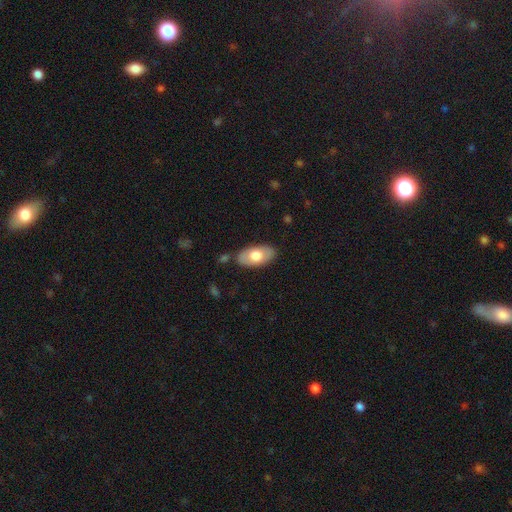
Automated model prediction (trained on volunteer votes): A smooth galaxy with no disk features (66%) that is in between round and cigar-shaped (94%).

Vote fractions:
- Smooth or featured? smooth: 66% / featured or disk: 29% / star or artifact: 5%
- How rounded? in between: 94% / cigar-shaped: 3% / round: 3%
- Merging? none: 81% / minor disturbance: 13% / merger: 3% / major disturbance: 3%